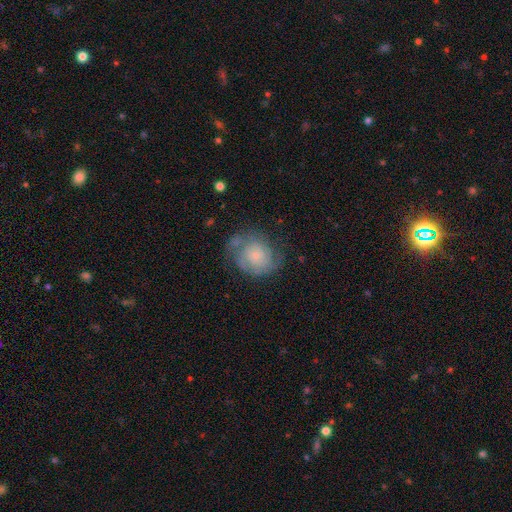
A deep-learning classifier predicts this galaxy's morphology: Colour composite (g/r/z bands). It shows a featured or disk galaxy (69%) with no bar (77%), 2 (36%) tight (61%) spiral arms (91%) and a small central bulge (74%). Merging: none (64%).